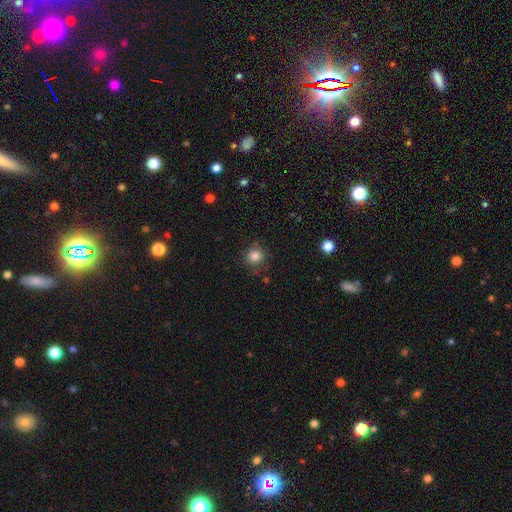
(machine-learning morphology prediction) smooth-or-featured: smooth: 83% | star or artifact: 12% | featured or disk: 5%
  how-rounded: round: 91% | in between: 8% | cigar-shaped: 1%
  merging: none: 84% | minor disturbance: 10% | major disturbance: 3% | merger: 2%